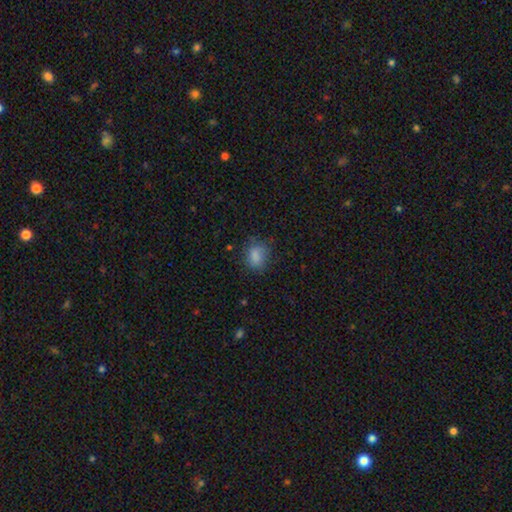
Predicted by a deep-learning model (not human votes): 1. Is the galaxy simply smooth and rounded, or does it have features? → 82% smooth, 10% star or artifact, 8% featured or disk.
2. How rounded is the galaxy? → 56% in between, 42% round, 1% cigar-shaped.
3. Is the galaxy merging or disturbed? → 69% none, 22% minor disturbance, 8% major disturbance, 2% merger.